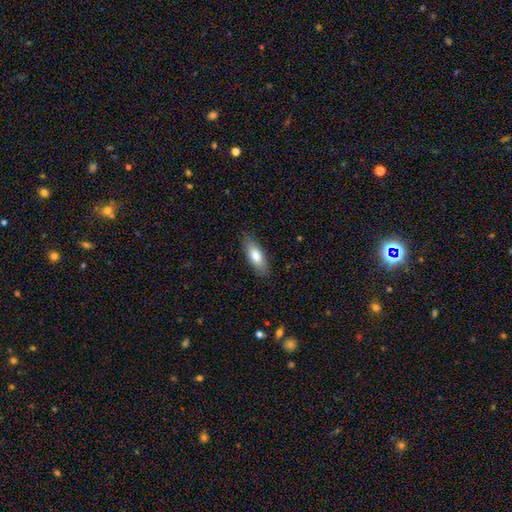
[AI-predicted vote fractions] Q: Smooth or featured?
A: smooth (78%); runner-up: featured or disk (16%)
Q: How rounded?
A: in between (71%); runner-up: cigar-shaped (27%)
Q: Merging?
A: none (84%); runner-up: minor disturbance (13%)